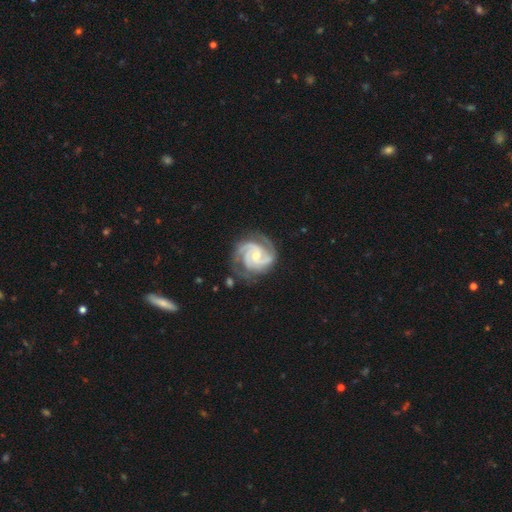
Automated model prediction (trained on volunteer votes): Smooth or featured: featured or disk — 93% (star or artifact — 3%)
Edge-on disk: no — 98% (yes — 2%)
Bar: no — 53% (weak — 36%)
Spiral arms: yes — 99% (no — 1%)
Spiral winding: tight — 61% (medium — 36%)
Spiral arm count: 3 — 49% (2 — 32%)
Bulge size: small — 50% (moderate — 47%)
Merging: none — 75% (minor disturbance — 18%)